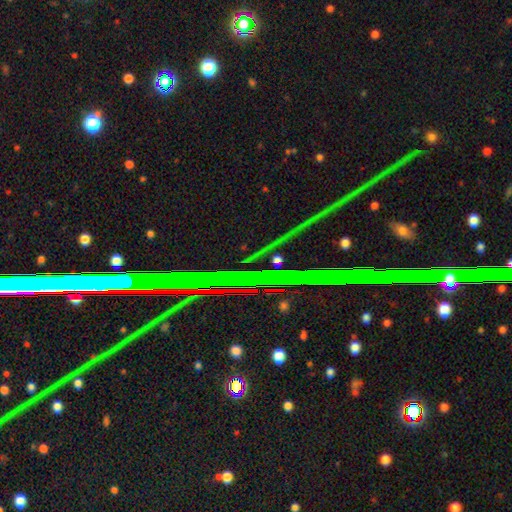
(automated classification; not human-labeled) star or artifact 80%, featured or disk 12%, smooth 8%.